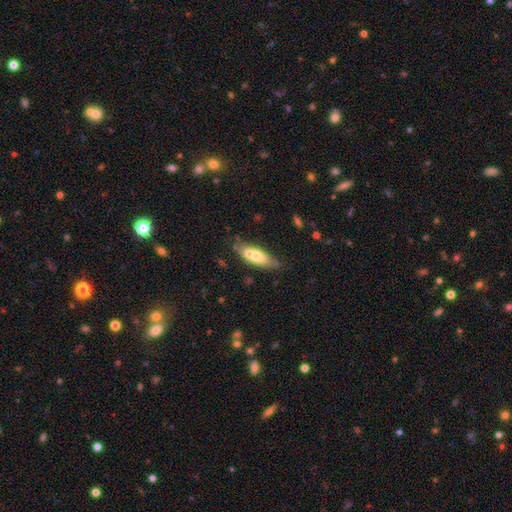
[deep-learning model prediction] smooth_or_featured: smooth (p=0.64) [alt: featured or disk p=0.29]
how_rounded: in between (p=0.65) [alt: cigar-shaped p=0.32]
merging: none (p=0.53) [alt: merger p=0.24]